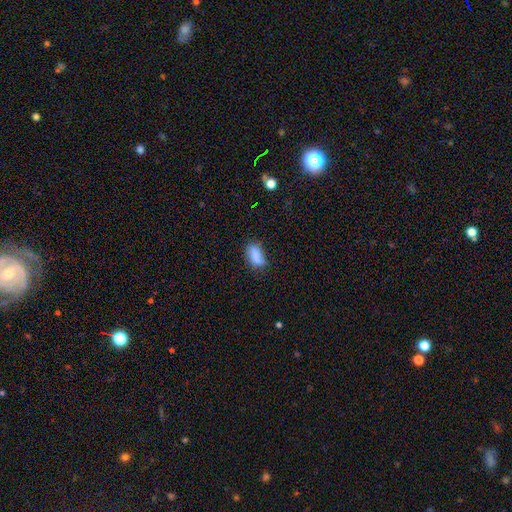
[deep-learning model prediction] A smooth galaxy with no disk features (80%) that is in between round and cigar-shaped (87%).

Vote fractions:
- Smooth or featured? smooth: 80% / featured or disk: 11% / star or artifact: 8%
- How rounded? in between: 87% / cigar-shaped: 9% / round: 5%
- Merging? none: 63% / minor disturbance: 27% / major disturbance: 7% / merger: 3%